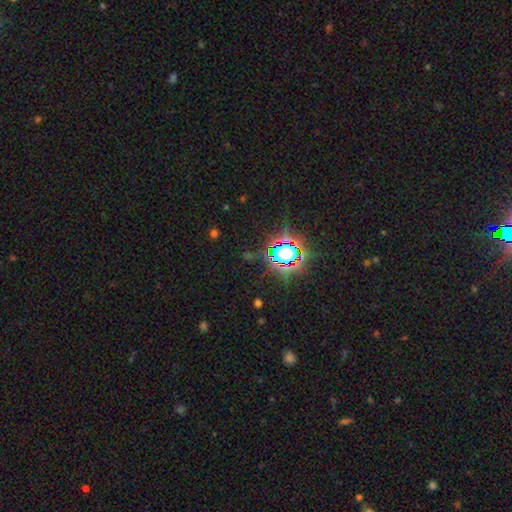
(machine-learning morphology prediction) This appears to be a star or artifact, not a galaxy (79%).